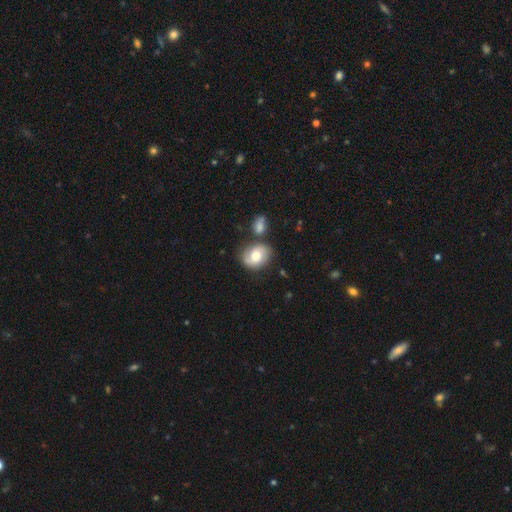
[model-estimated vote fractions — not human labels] smooth_or_featured: smooth (p=0.51) [alt: featured or disk p=0.42]
how_rounded: in between (p=0.53) [alt: round p=0.46]
merging: none (p=0.62) [alt: minor disturbance p=0.18]